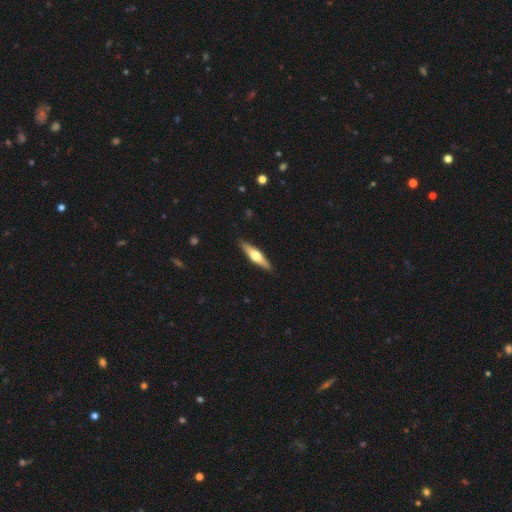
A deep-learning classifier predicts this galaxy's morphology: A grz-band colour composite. It shows a featured or disk galaxy (54%) viewed edge-on (94%) with a rounded central bulge (94%). Merging: none (90%).